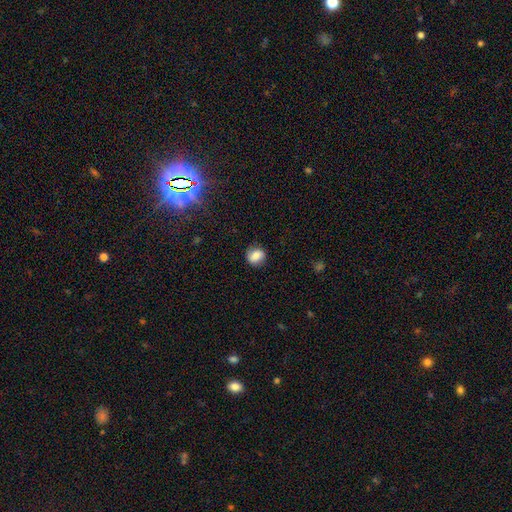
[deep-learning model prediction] Overall: smooth (75%). How rounded: round (68%; in between 31%). Merging: none (77%).